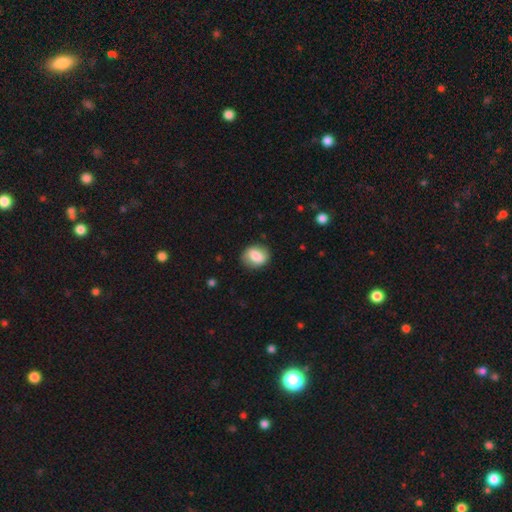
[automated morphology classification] A smooth galaxy with no disk features (73%) that is round (52%). Merging: none (83%).